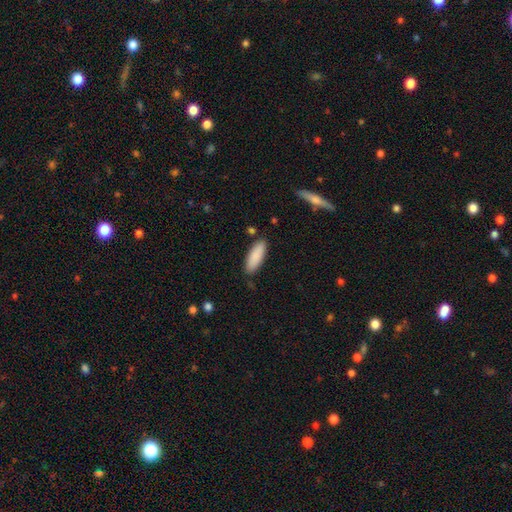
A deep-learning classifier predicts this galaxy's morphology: smooth 88%, featured or disk 6%, star or artifact 6%. Down the decision tree: how rounded — in between (63%); merging — none (84%).